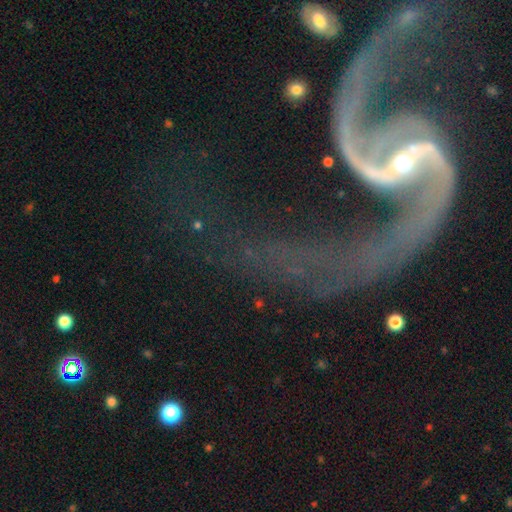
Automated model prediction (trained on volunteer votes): The model was most divided on "merging" (2-way tie): none: 36%, major disturbance: 36%, minor disturbance: 15%, merger: 13%. Remaining: edge-on disk — no (93%); spiral arms — yes (86%); spiral arm count — 2 (83%); smooth or featured — featured or disk (81%); spiral winding — loose (69%); bulge size — small (65%); bar — weak (34%).